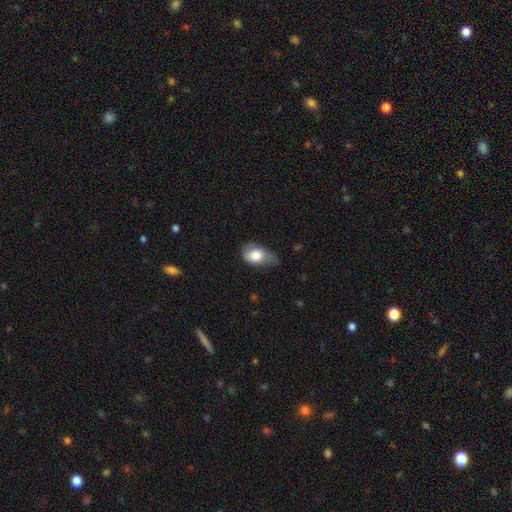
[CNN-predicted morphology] This is likely a smooth galaxy (72%). How rounded: clearly in between (84%). Merging: possibly minor disturbance (46%).